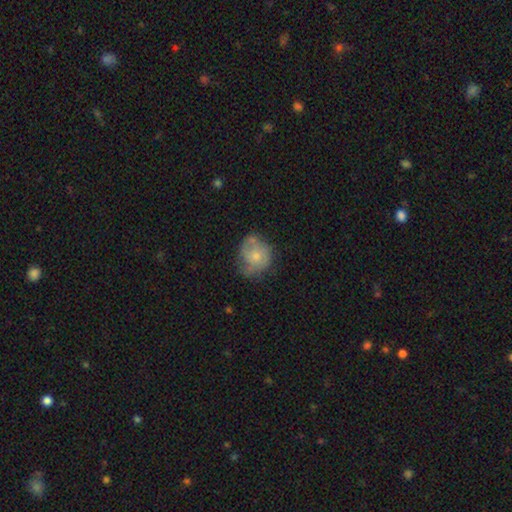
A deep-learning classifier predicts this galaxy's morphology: Smooth or featured? Predicted: smooth (p=0.53). How rounded? Predicted: round (p=0.73). Merging? Predicted: none (p=0.48).